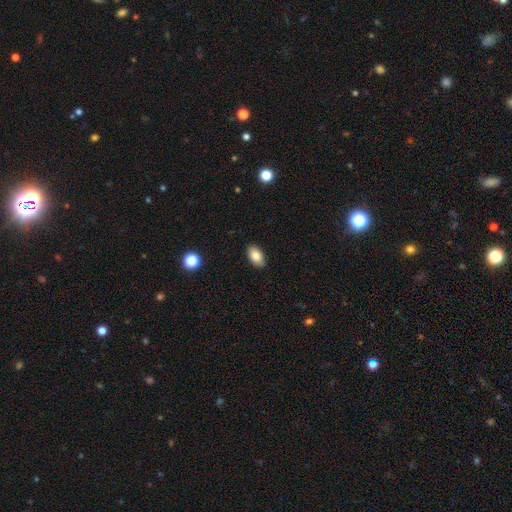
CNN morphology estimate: smooth 83%, featured or disk 9%, star or artifact 8%. Down the decision tree: how rounded — in between (92%); merging — none (89%).